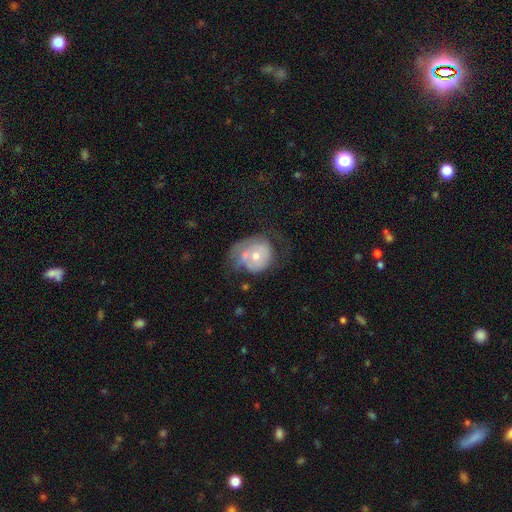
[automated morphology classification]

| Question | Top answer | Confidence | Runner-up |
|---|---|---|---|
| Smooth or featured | featured or disk | 55% | smooth (37%) |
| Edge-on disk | no | 97% | yes (3%) |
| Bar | no | 84% | weak (13%) |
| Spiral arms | yes | 57% | no (43%) |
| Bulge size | moderate | 56% | small (37%) |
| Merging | merger | 30% | none (26%) |